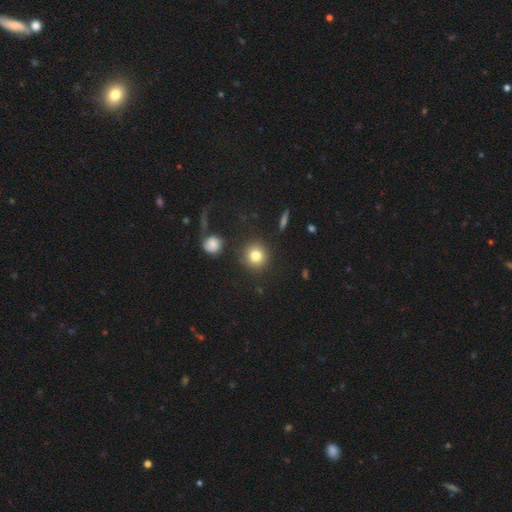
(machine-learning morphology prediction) smooth-or-featured: smooth: 81% | star or artifact: 11% | featured or disk: 8%
  how-rounded: round: 93% | in between: 6% | cigar-shaped: 1%
  merging: none: 87% | minor disturbance: 7% | merger: 3% | major disturbance: 3%